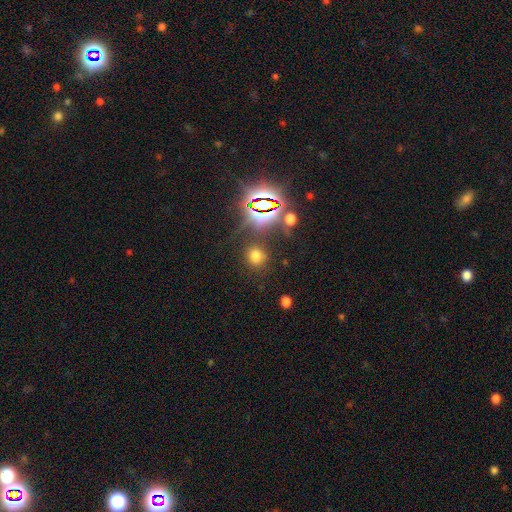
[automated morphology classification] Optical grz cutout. It shows a smooth galaxy with no disk features (63%) that is round (78%). Merging: none (81%).